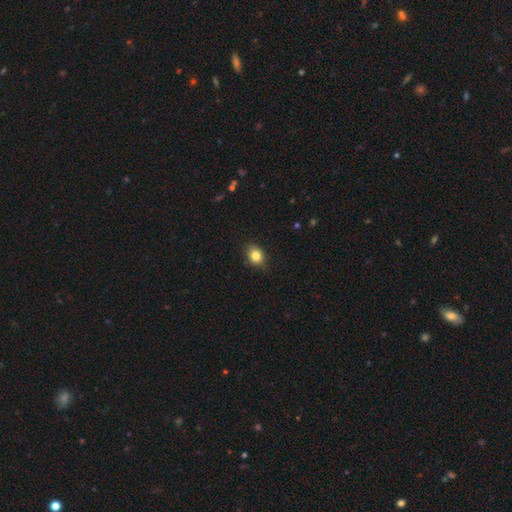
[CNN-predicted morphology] smooth_or_featured: smooth (p=0.83) [alt: star or artifact p=0.10]
how_rounded: in between (p=0.60) [alt: round p=0.39]
merging: none (p=0.84) [alt: minor disturbance p=0.13]